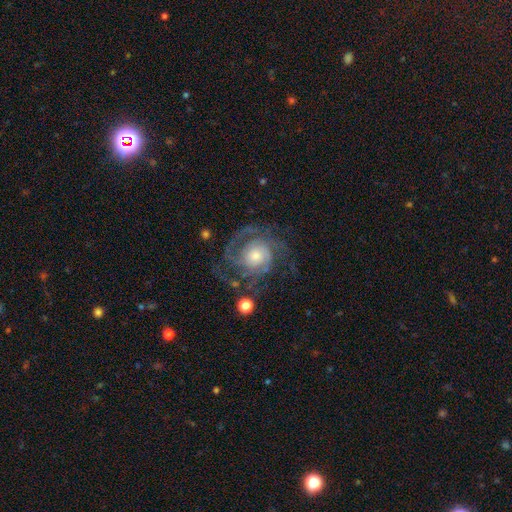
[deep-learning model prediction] Smooth or featured? featured or disk (88%)
Edge-on disk? no (98%)
Bar? no (76%)
Spiral arms? yes (96%)
Spiral winding? tight (54%)
Spiral arm count? 2 (33%)
Bulge size? moderate (51%)
Merging? none (67%)